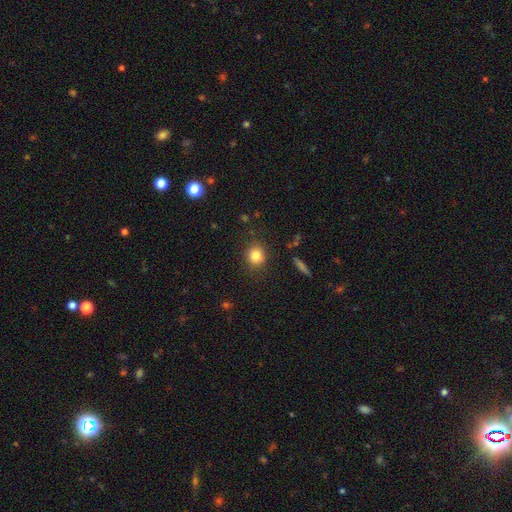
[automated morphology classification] A smooth galaxy with no disk features (82%) that is round (82%). Merging: none (86%).